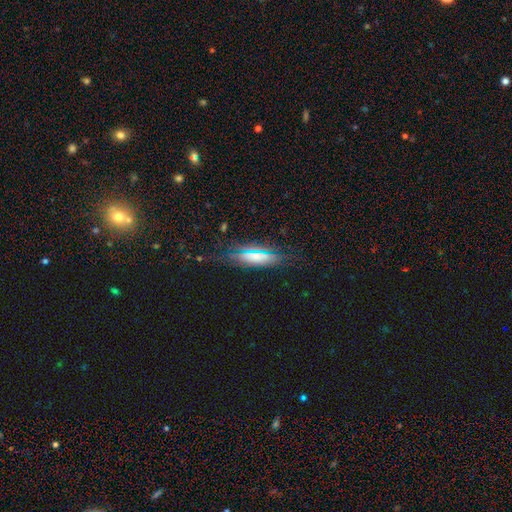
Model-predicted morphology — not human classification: Overall: smooth (60%; featured or disk 21%). How rounded: in between (70%). Merging: none (74%).